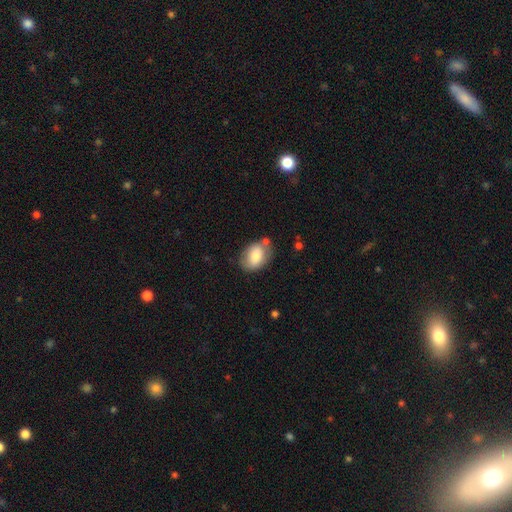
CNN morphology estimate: A smooth galaxy with no disk features (76%) that is in between round and cigar-shaped (81%).

Vote fractions:
- Smooth or featured? smooth: 76% / featured or disk: 17% / star or artifact: 7%
- How rounded? in between: 81% / round: 18% / cigar-shaped: 1%
- Merging? none: 64% / minor disturbance: 21% / merger: 8% / major disturbance: 6%